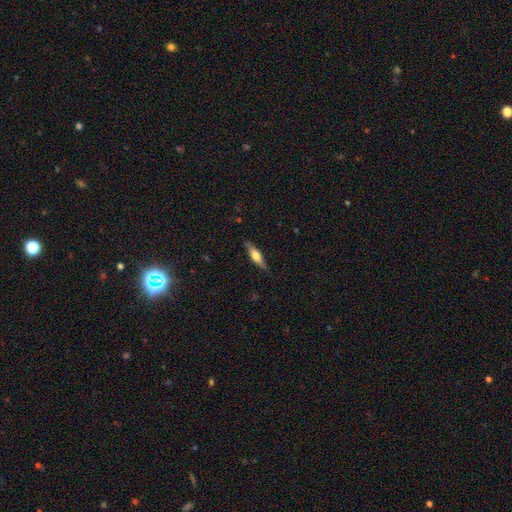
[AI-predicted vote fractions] This is possibly a smooth galaxy (48%). Merging: clearly none (85%).